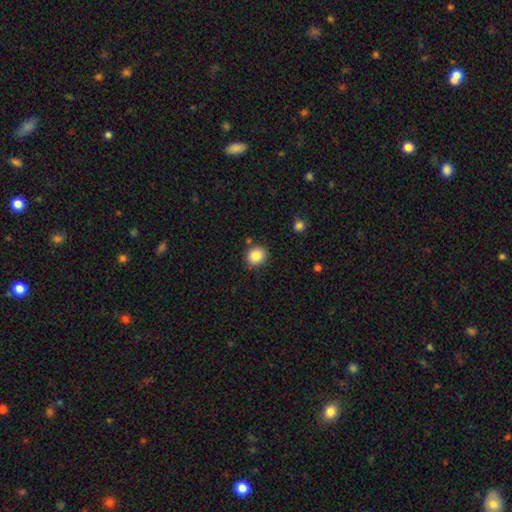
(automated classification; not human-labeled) The model was most divided on "how rounded": round: 73%, in between: 27%, cigar-shaped: 1%. More confident: smooth or featured — smooth (86%); merging — none (85%).